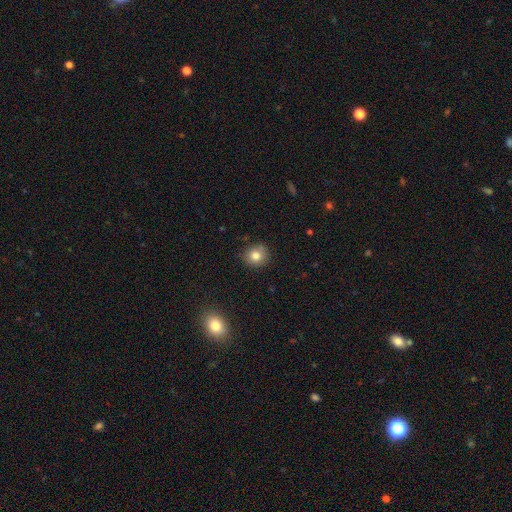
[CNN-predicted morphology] This is clearly a smooth galaxy (81%). How rounded: clearly round (87%). Merging: clearly none (86%).